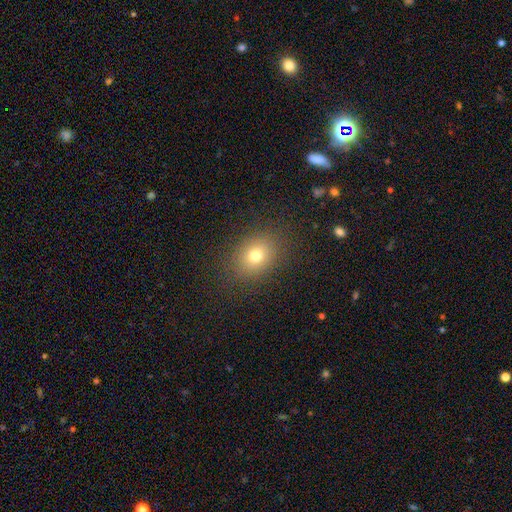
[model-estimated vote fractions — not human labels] Smooth or featured: smooth — 74% (star or artifact — 14%)
How rounded: in between — 53% (round — 46%)
Merging: none — 86% (minor disturbance — 9%)